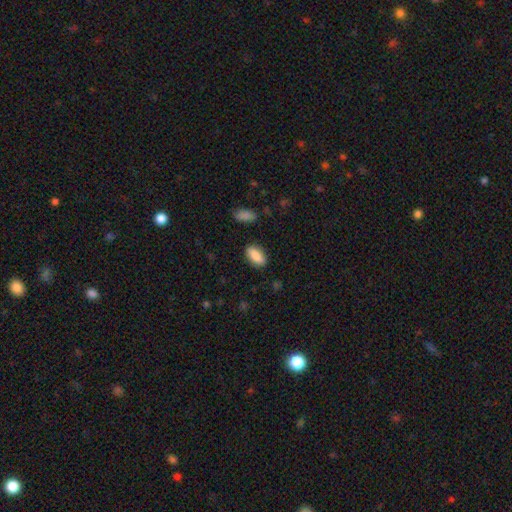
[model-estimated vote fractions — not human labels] Morphology: type=smooth (86%); roundness=in between (90%); merging=none (85%).